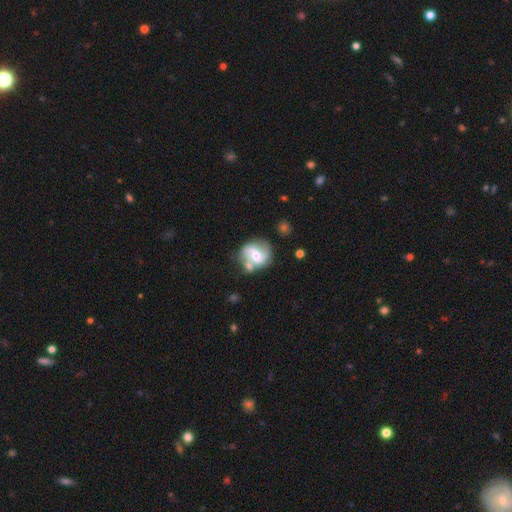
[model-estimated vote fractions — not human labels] Smooth or featured? Predicted: featured or disk (p=0.73). Edge-on disk? Predicted: no (p=0.97). Bar? Predicted: weak (p=0.43). Spiral arms? Predicted: yes (p=0.88). Spiral winding? Predicted: medium (p=0.45). Spiral arm count? Predicted: 2 (p=0.84). Bulge size? Predicted: moderate (p=0.64). Merging? Predicted: none (p=0.57).